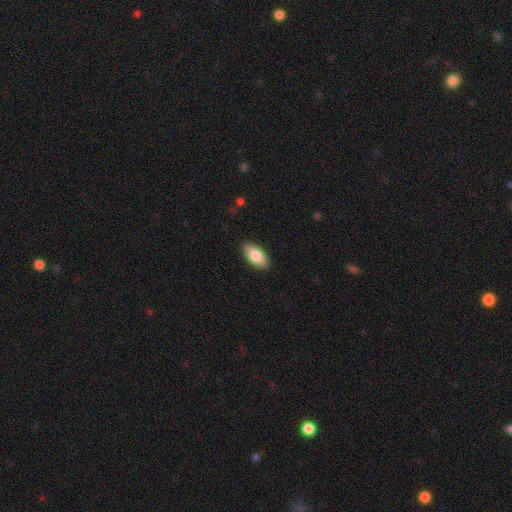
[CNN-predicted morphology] A smooth galaxy with no disk features (85%) that is in between round and cigar-shaped (93%). Merging: none (89%).